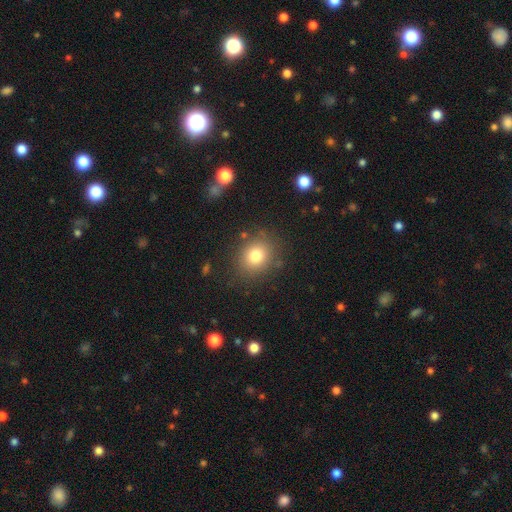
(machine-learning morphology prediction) smooth_or_featured: smooth (p=0.78) [alt: star or artifact p=0.12]
how_rounded: round (p=0.68) [alt: in between p=0.31]
merging: none (p=0.83) [alt: minor disturbance p=0.10]